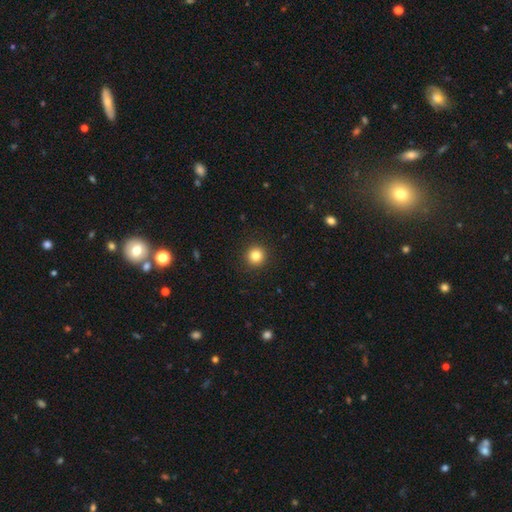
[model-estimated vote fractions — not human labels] Smooth or featured: smooth — 83% (star or artifact — 12%)
How rounded: round — 95% (in between — 4%)
Merging: none — 93% (minor disturbance — 5%)